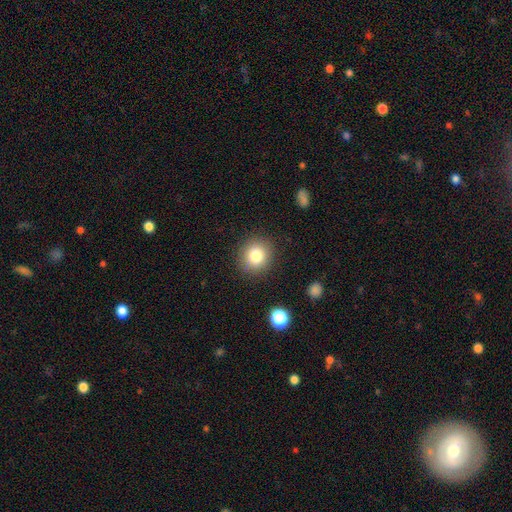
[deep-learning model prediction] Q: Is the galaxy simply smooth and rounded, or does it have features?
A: smooth — 81%.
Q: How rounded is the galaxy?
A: round — 86%.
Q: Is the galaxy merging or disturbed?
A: none — 88%.